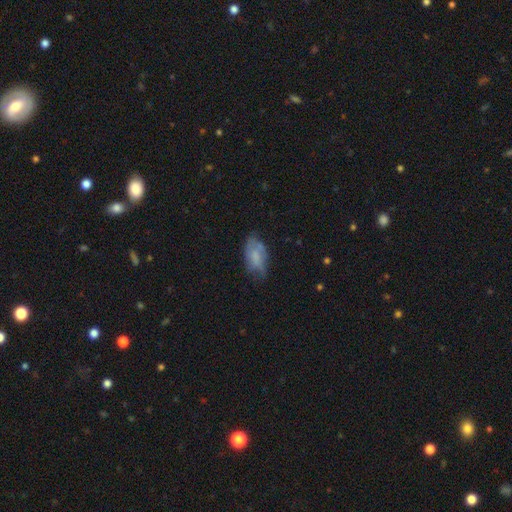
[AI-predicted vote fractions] Morphology: type=smooth (60%); roundness=in between (91%); merging=none (53%).